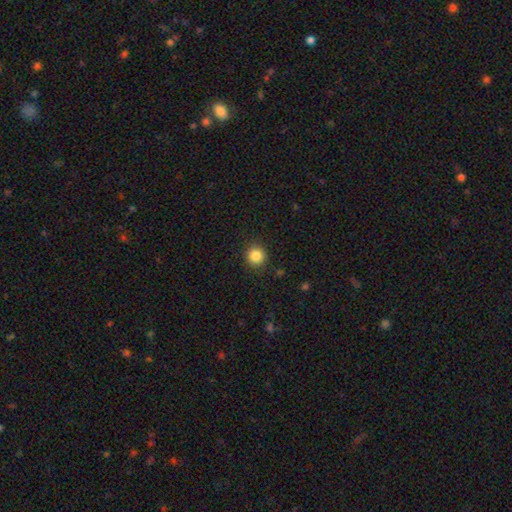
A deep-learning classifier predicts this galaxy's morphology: The model was most divided on "smooth or featured": smooth: 85%, star or artifact: 10%, featured or disk: 4%. More confident: how rounded — round (93%); merging — none (91%).